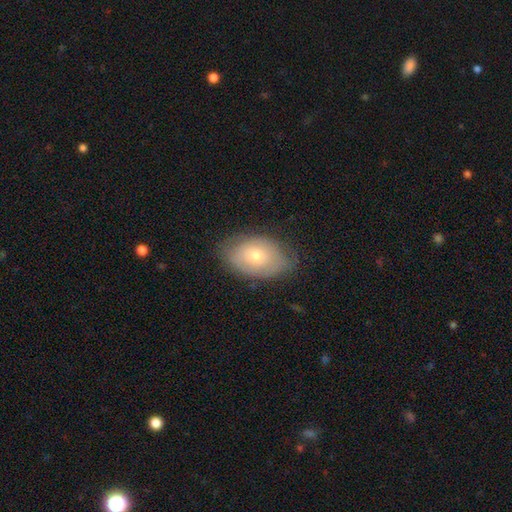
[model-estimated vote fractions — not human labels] A smooth galaxy with no disk features (59%) that is in between round and cigar-shaped (87%). Merging: none (73%).